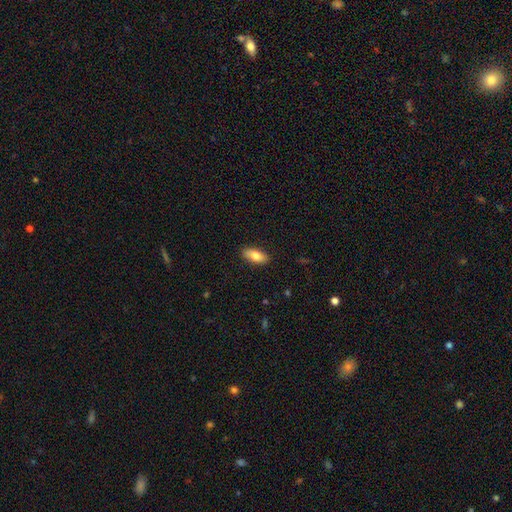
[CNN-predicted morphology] This is likely a smooth galaxy (76%). How rounded: clearly in between (85%). Merging: clearly none (89%).